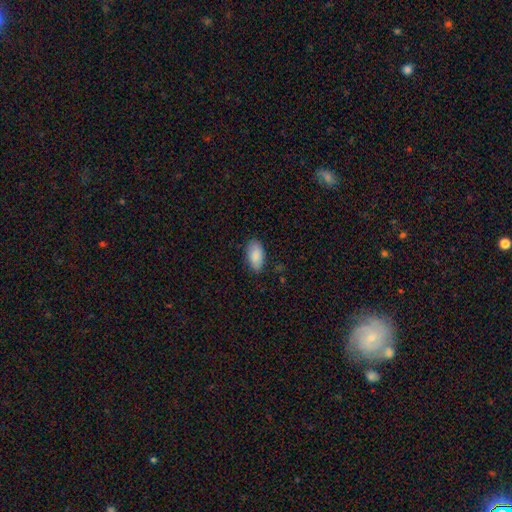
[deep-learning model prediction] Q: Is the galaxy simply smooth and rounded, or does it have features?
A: smooth — 89%.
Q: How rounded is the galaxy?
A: in between — 94%.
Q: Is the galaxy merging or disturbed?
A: none — 82%.